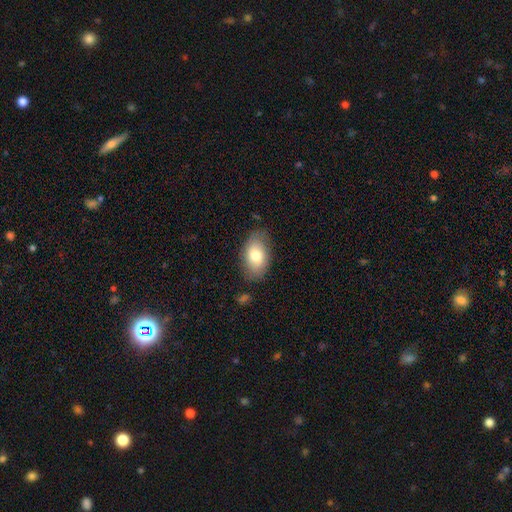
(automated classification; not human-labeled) A smooth galaxy with no disk features (75%) that is in between round and cigar-shaped (91%). Merging: none (76%).